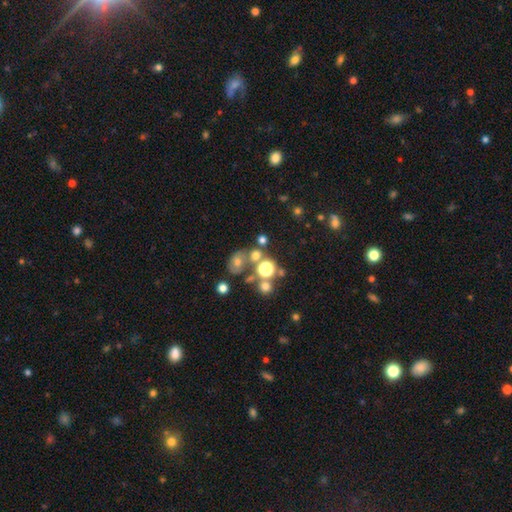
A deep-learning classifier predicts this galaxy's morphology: This appears to be a smooth galaxy with no disk features (61%) that is round (75%). Merging: none (52%).